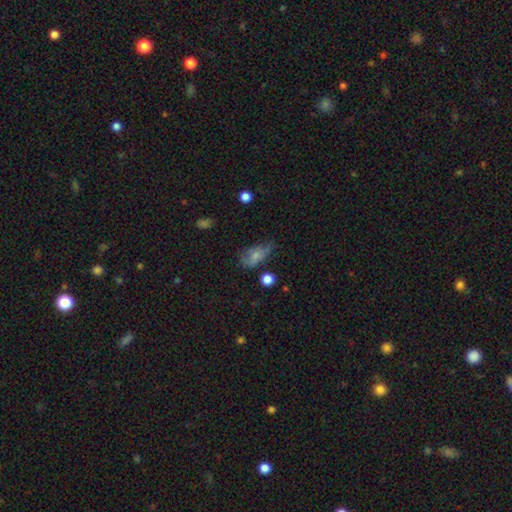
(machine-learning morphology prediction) Smooth or featured? smooth (71%)
How rounded? in between (87%)
Merging? none (39%)